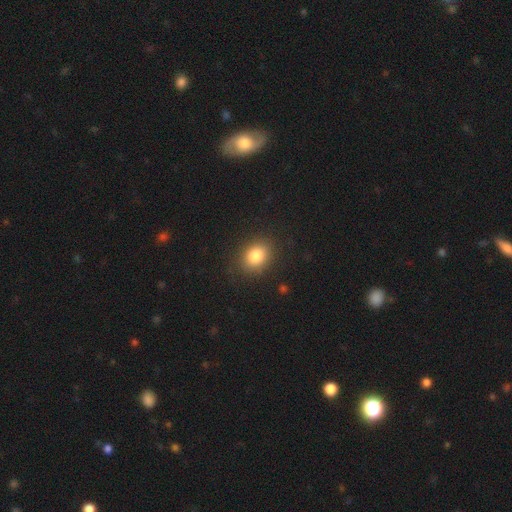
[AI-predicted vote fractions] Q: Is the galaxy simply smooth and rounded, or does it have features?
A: smooth — 84%.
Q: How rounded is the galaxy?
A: in between — 52%.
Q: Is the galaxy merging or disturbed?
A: none — 86%.